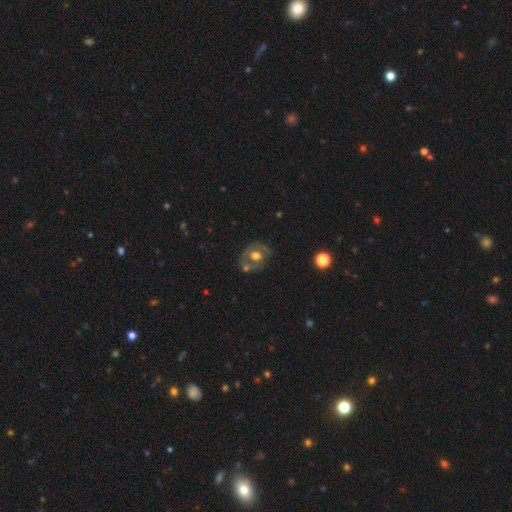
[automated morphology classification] Smooth or featured? Predicted: featured or disk (p=0.53). Edge-on disk? Predicted: no (p=0.95). Bar? Predicted: no (p=0.77). Spiral arms? Predicted: no (p=0.74). Bulge size? Predicted: moderate (p=0.62). Merging? Predicted: none (p=0.59).